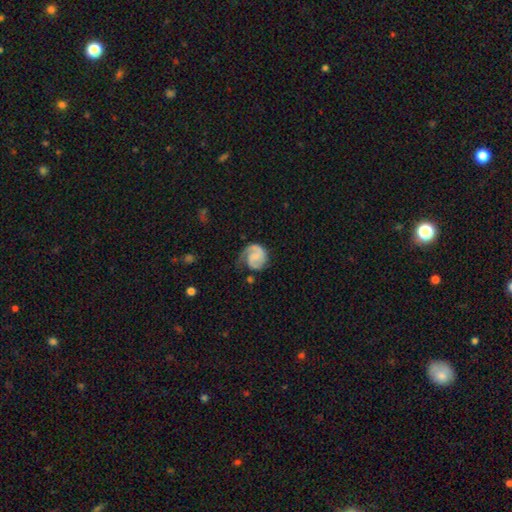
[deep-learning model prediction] Smooth or featured? Predicted: featured or disk (p=0.76). Edge-on disk? Predicted: no (p=0.98). Bar? Predicted: no (p=0.53). Spiral arms? Predicted: yes (p=0.96). Spiral winding? Predicted: tight (p=0.42, tied with medium). Spiral arm count? Predicted: 2 (p=0.59). Bulge size? Predicted: none (p=0.43). Merging? Predicted: none (p=0.56).